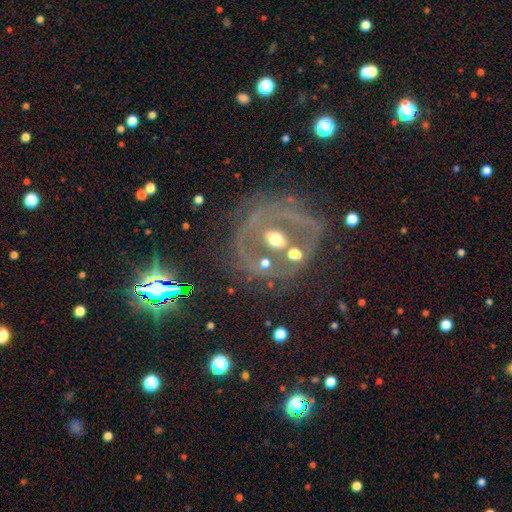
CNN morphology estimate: featured or disk 59%, star or artifact 23%, smooth 17%. Down the decision tree: edge-on disk — no (95%); bar — no (55%); spiral arms — no (52%); bulge size — moderate (46%); merging — none (58%).